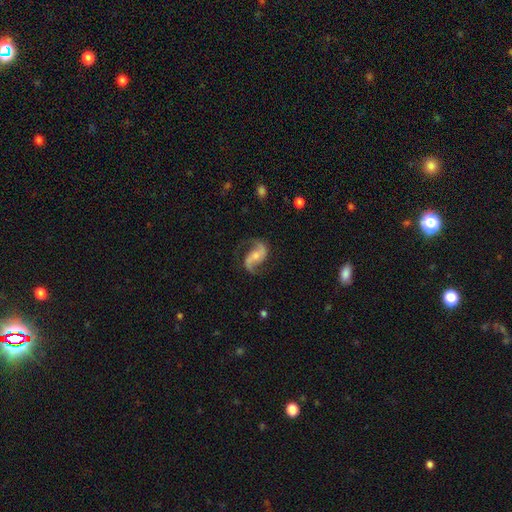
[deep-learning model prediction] Smooth or featured?
  - featured or disk: 89% *
  - smooth: 6%
  - star or artifact: 5%
Edge-on disk?
  - no: 98% *
  - yes: 2%
Bar?
  - no: 43% *
  - weak: 37%
  - strong: 20%
Spiral arms?
  - yes: 97% *
  - no: 3%
Spiral winding?
  - loose: 54% *
  - medium: 38%
  - tight: 8%
Spiral arm count?
  - 2: 93% *
  - 1: 2%
  - can't tell: 2%
  - 3: 1%
  - 4: 1%
  - more than 4: 1%
Bulge size?
  - moderate: 45% *
  - small: 42%
  - none: 6%
  - large: 5%
  - dominant: 1%
Merging?
  - none: 76% *
  - minor disturbance: 15%
  - major disturbance: 8%
  - merger: 2%